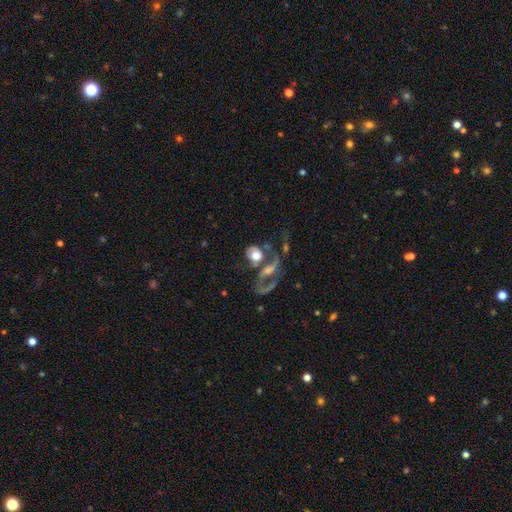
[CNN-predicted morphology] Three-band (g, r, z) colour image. It shows a smooth galaxy with no disk features (46%). Merging: merger (41%).